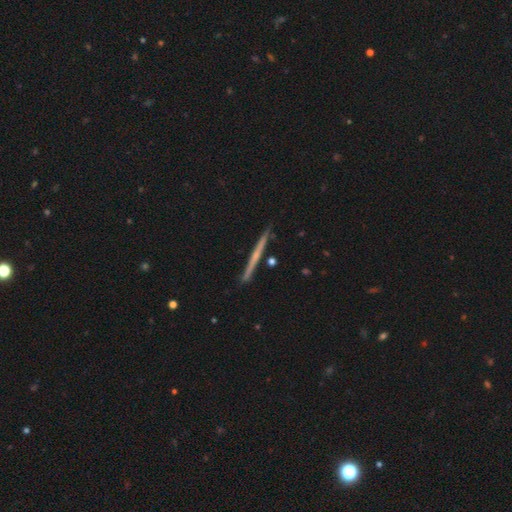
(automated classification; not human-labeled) Overall: featured or disk (59%; smooth 35%). Edge-on disk: yes (98%). Edge-on bulge: none (74%). Merging: none (90%).